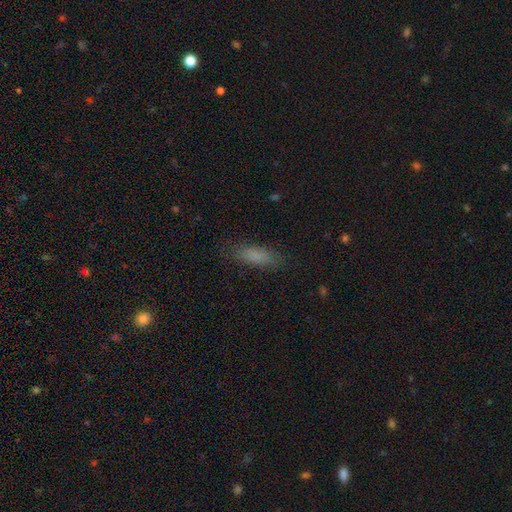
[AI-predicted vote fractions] smooth_or_featured: smooth (p=0.82) [alt: star or artifact p=0.10]
how_rounded: in between (p=0.59) [alt: cigar-shaped p=0.38]
merging: none (p=0.83) [alt: minor disturbance p=0.12]